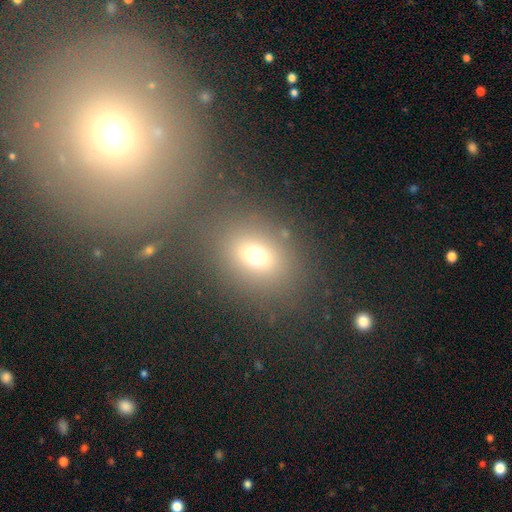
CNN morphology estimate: Smooth or featured? Predicted: smooth (p=0.66). How rounded? Predicted: in between (p=0.56). Merging? Predicted: none (p=0.75).